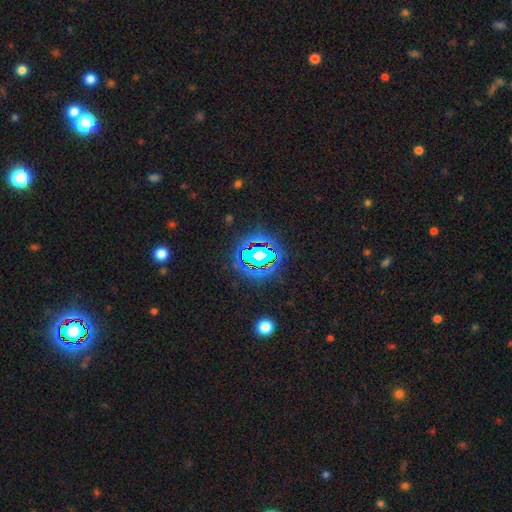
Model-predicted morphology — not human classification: A star or artifact, not a galaxy (73%).

Vote fractions:
- Smooth or featured? star or artifact: 73% / smooth: 15% / featured or disk: 12%